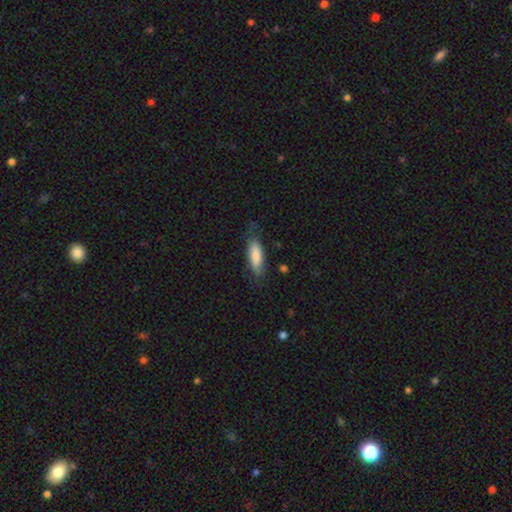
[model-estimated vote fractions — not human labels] Smooth or featured: smooth — 81% (featured or disk — 14%)
How rounded: in between — 60% (cigar-shaped — 39%)
Merging: none — 67% (minor disturbance — 23%)